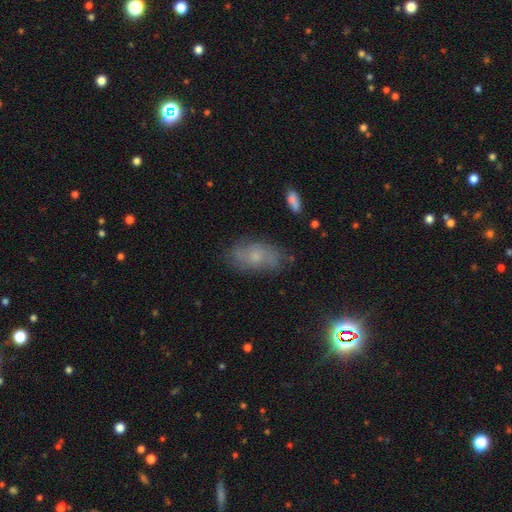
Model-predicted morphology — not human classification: A featured or disk galaxy (46%). Merging: none (72%).